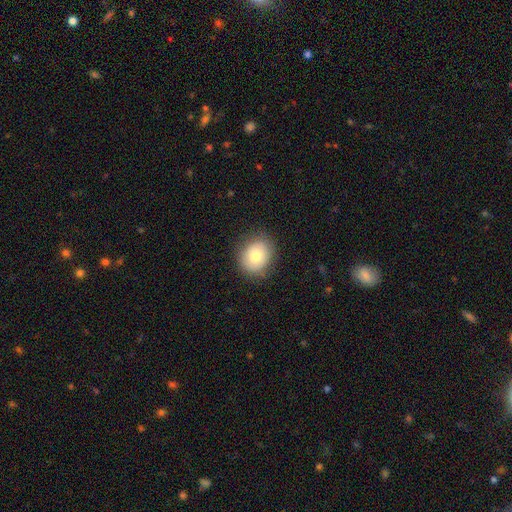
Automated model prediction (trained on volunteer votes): smooth-or-featured: smooth: 77% | featured or disk: 14% | star or artifact: 9%
  how-rounded: round: 64% | in between: 35% | cigar-shaped: 1%
  merging: none: 84% | minor disturbance: 12% | major disturbance: 3% | merger: 1%